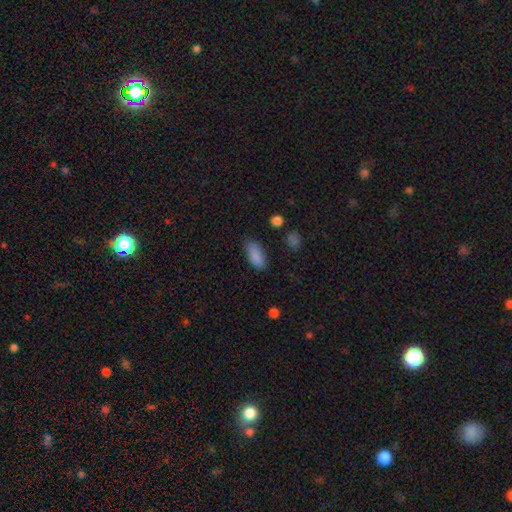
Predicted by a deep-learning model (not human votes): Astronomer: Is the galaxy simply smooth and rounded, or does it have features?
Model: smooth — 88%.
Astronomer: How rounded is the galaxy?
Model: in between — 86%.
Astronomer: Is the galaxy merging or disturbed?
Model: none — 75%.